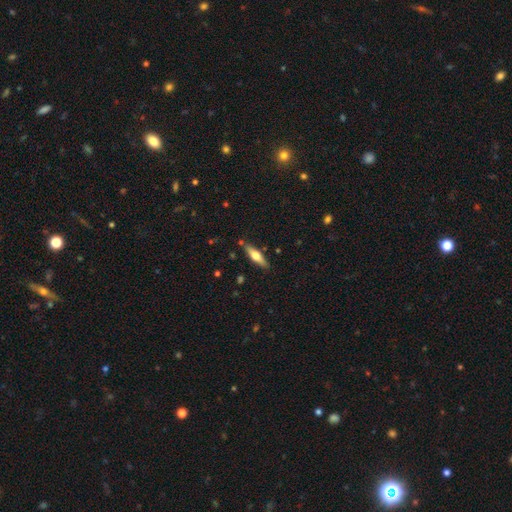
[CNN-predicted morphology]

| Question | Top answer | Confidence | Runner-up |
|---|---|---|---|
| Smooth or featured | smooth | 49% | featured or disk (45%) |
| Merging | none | 84% | minor disturbance (11%) |